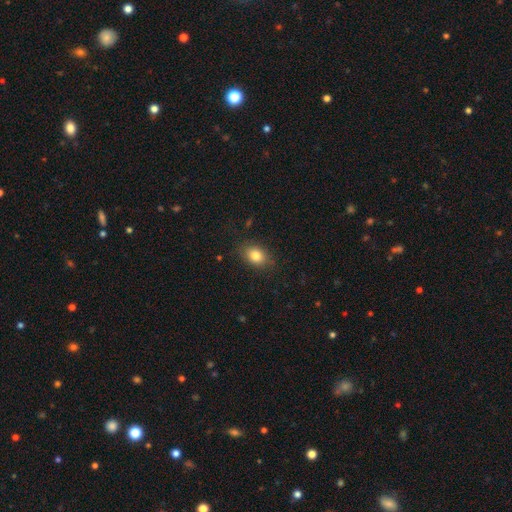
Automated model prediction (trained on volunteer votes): The model was most divided on "how rounded": in between: 72%, round: 27%, cigar-shaped: 1%. More confident: smooth or featured — smooth (82%); merging — none (81%).